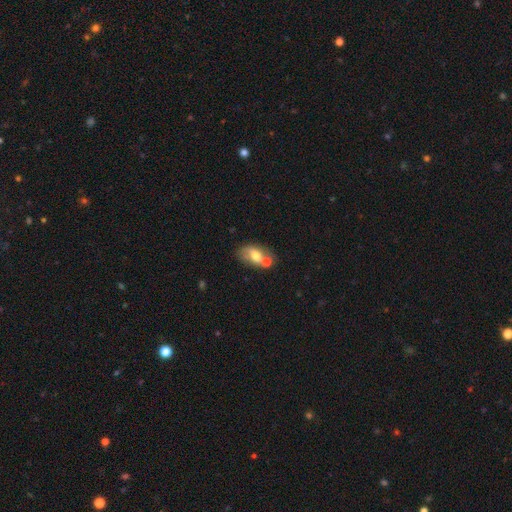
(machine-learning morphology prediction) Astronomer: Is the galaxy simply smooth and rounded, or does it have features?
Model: smooth — 57% (runner-up: featured or disk, 34%).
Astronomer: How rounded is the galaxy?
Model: in between — 83%.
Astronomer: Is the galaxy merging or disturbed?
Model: merger — 38% (runner-up: none, 37%).